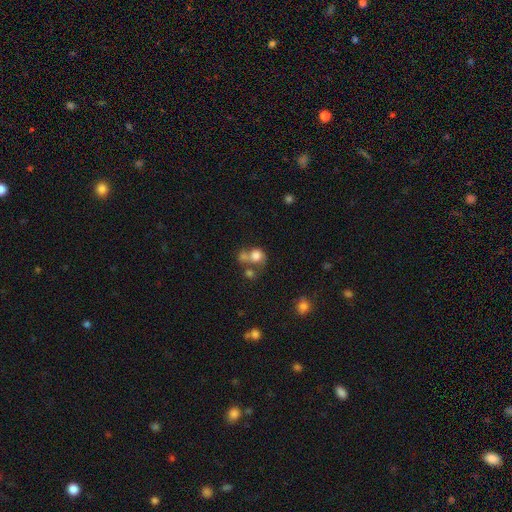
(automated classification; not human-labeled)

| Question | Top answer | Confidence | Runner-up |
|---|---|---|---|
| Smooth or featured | smooth | 73% | featured or disk (16%) |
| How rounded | round | 69% | in between (30%) |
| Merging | merger | 46% | none (30%) |